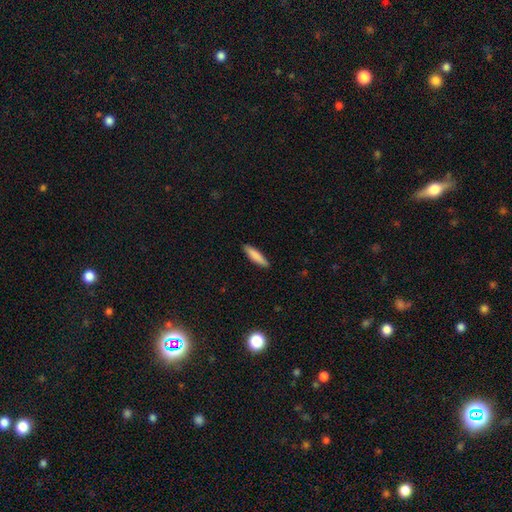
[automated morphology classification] A smooth galaxy with no disk features (85%) that is cigar-shaped (77%). Merging: none (89%).